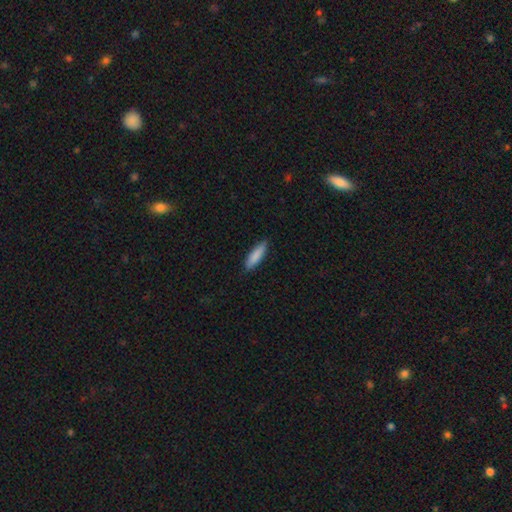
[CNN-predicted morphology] Smooth or featured? Predicted: smooth (p=0.86). How rounded? Predicted: cigar-shaped (p=0.66). Merging? Predicted: none (p=0.85).